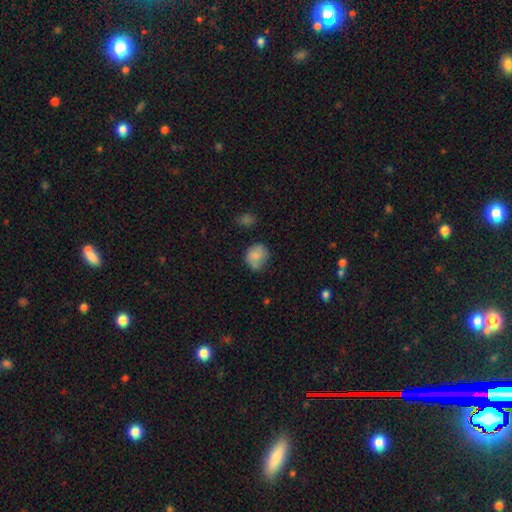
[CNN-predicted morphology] The model was most divided on "merging": none: 60%, minor disturbance: 27%, major disturbance: 8%, merger: 5%. More confident: smooth or featured — smooth (78%); how rounded — round (69%).